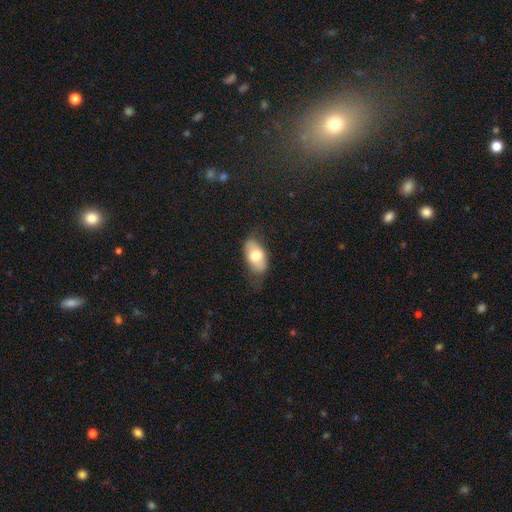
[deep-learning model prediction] Smooth or featured? Predicted: smooth (p=0.70). How rounded? Predicted: in between (p=0.91). Merging? Predicted: none (p=0.64).